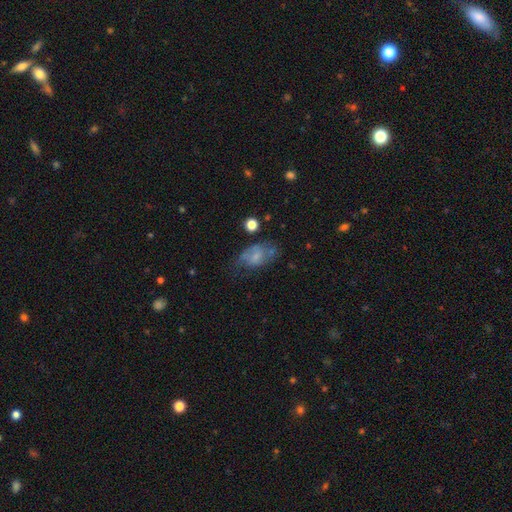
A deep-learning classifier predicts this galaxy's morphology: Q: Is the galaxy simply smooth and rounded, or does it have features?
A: featured or disk — 48%.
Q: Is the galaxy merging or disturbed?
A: none — 44%.